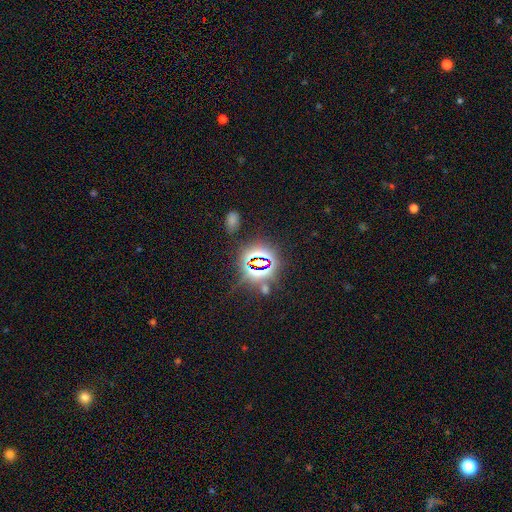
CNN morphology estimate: Overall: star or artifact (78%).